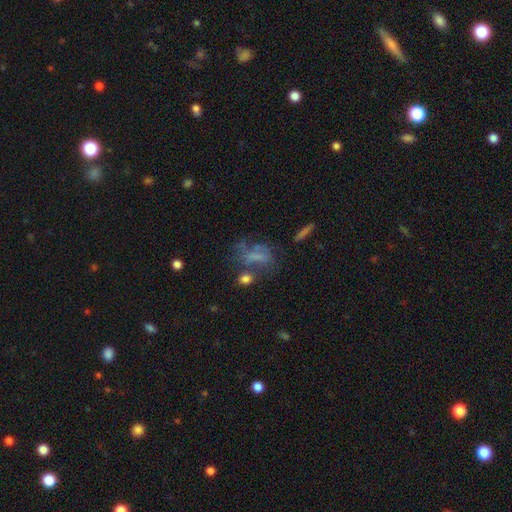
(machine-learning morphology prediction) smooth_or_featured: smooth (p=0.45) [alt: featured or disk p=0.34]
merging: none (p=0.40) [alt: major disturbance p=0.27]